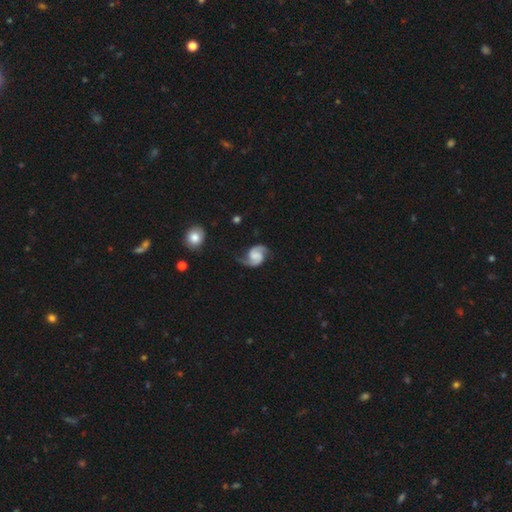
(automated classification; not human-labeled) A featured or disk galaxy (88%) with no bar (49%), 2 (94%) medium (51%) spiral arms (98%) and no central bulge (42%). Merging: none (74%).